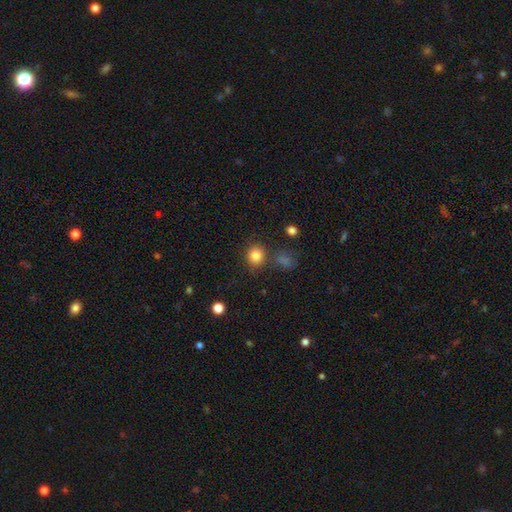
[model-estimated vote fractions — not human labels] This appears to be a smooth galaxy with no disk features (83%) that is round (86%). Merging: none (79%).